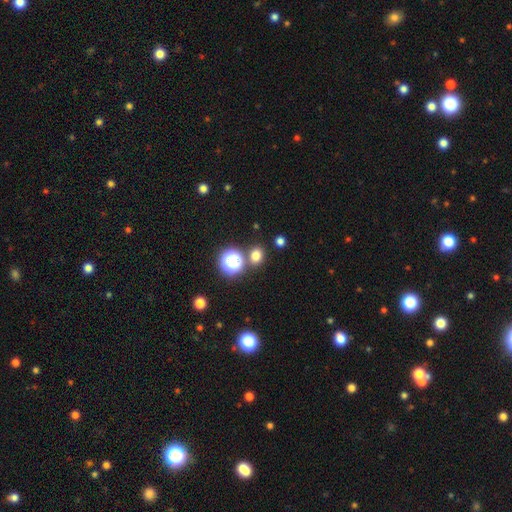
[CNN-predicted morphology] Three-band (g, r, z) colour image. It shows a smooth galaxy with no disk features (72%) that is round (66%). Merging: none (80%).